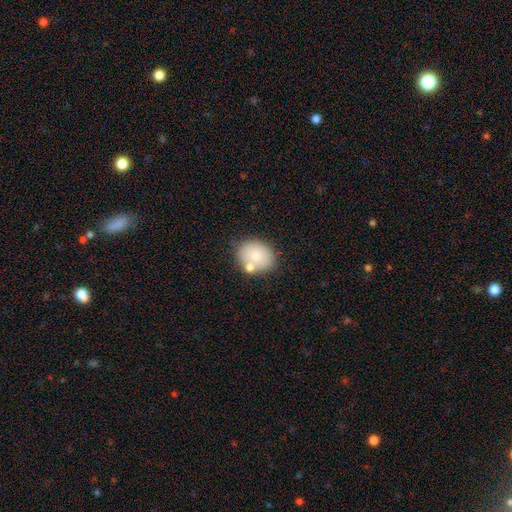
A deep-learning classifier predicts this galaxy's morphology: A smooth galaxy with no disk features (77%) that is in between round and cigar-shaped (53%).

Vote fractions:
- Smooth or featured? smooth: 77% / featured or disk: 15% / star or artifact: 8%
- How rounded? in between: 53% / round: 46% / cigar-shaped: 1%
- Merging? none: 64% / merger: 16% / minor disturbance: 15% / major disturbance: 4%